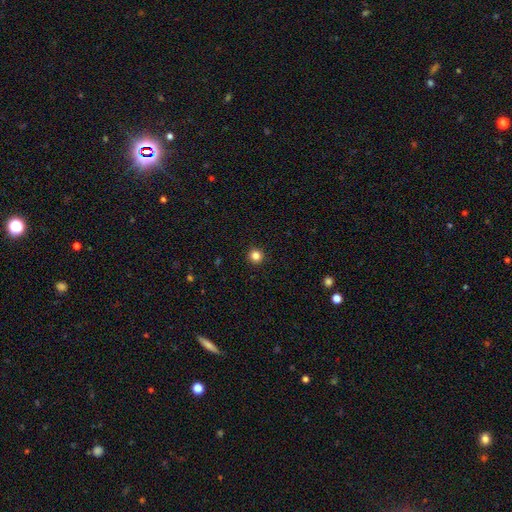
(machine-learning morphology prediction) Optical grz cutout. It shows a smooth galaxy with no disk features (84%) that is round (95%). Merging: none (93%).